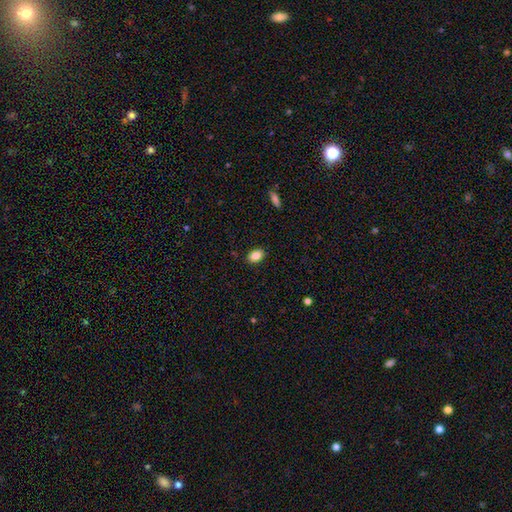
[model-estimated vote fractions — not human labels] A smooth galaxy with no disk features (85%) that is in between round and cigar-shaped (83%).

Vote fractions:
- Smooth or featured? smooth: 85% / star or artifact: 9% / featured or disk: 6%
- How rounded? in between: 83% / round: 16% / cigar-shaped: 1%
- Merging? none: 89% / minor disturbance: 8% / major disturbance: 2% / merger: 1%